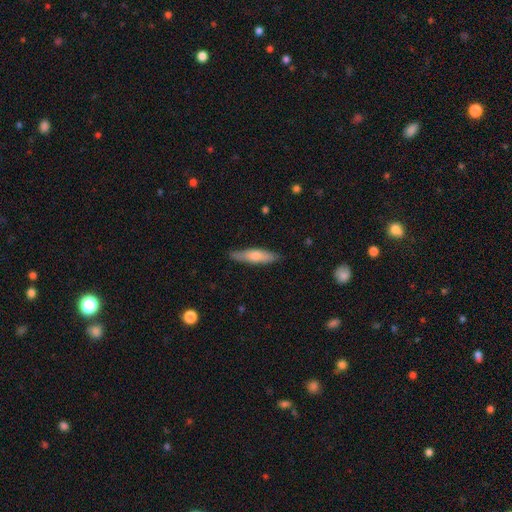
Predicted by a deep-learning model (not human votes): smooth 64%, featured or disk 30%, star or artifact 5%. Down the decision tree: how rounded — cigar-shaped (74%); merging — none (81%).